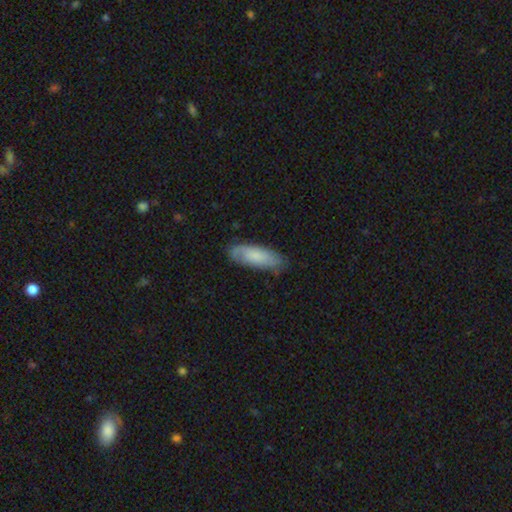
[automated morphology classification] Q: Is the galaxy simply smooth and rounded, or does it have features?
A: smooth — 66%.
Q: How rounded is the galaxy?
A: in between — 65%.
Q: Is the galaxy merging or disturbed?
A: none — 72%.